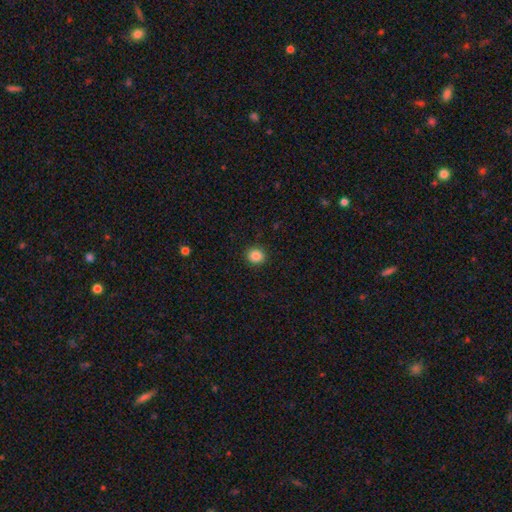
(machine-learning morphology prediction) smooth_or_featured: smooth (p=0.86) [alt: star or artifact p=0.10]
how_rounded: round (p=0.86) [alt: in between p=0.13]
merging: none (p=0.91) [alt: minor disturbance p=0.06]